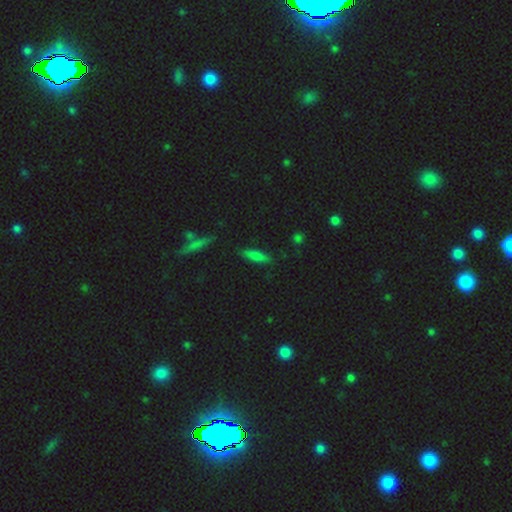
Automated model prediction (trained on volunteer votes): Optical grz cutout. It shows a smooth galaxy with no disk features (72%) that is cigar-shaped (60%). Merging: none (84%).